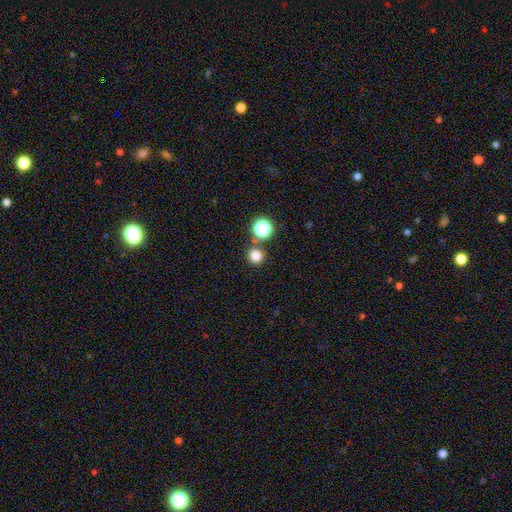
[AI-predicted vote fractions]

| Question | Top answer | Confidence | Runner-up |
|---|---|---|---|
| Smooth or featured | smooth | 78% | star or artifact (17%) |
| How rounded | round | 94% | in between (5%) |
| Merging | none | 82% | merger (10%) |